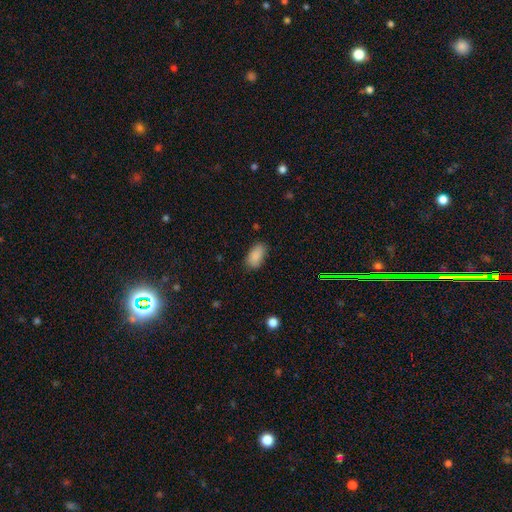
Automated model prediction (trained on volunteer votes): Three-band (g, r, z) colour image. It shows a smooth galaxy with no disk features (88%) that is in between round and cigar-shaped (93%). Merging: none (81%).